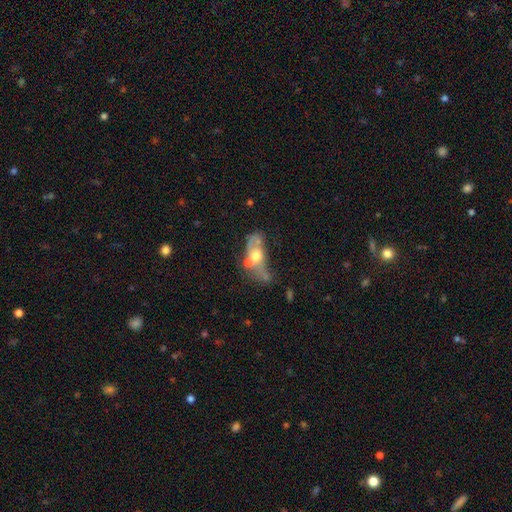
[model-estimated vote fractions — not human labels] smooth_or_featured: featured or disk (p=0.50) [alt: smooth p=0.41]
disk_edge_on: no (p=0.87) [alt: yes p=0.13]
merging: merger (p=0.42) [alt: none p=0.21]